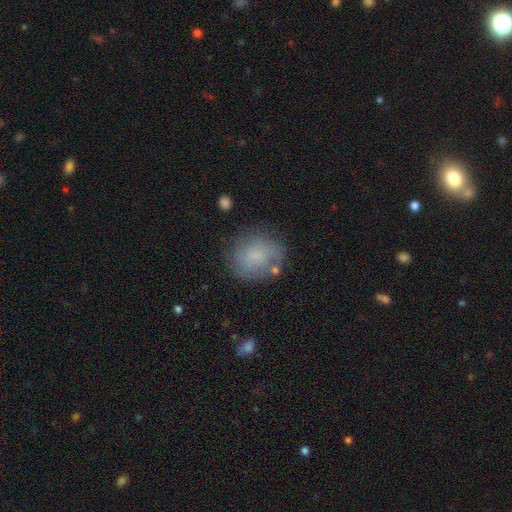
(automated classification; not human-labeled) smooth_or_featured: smooth (p=0.71) [alt: featured or disk p=0.20]
how_rounded: round (p=0.72) [alt: in between p=0.27]
merging: none (p=0.71) [alt: minor disturbance p=0.18]